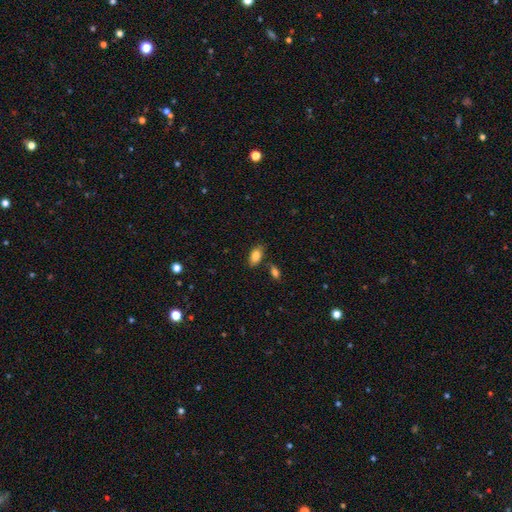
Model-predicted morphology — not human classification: A smooth galaxy with no disk features (85%) that is in between round and cigar-shaped (91%).

Vote fractions:
- Smooth or featured? smooth: 85% / star or artifact: 8% / featured or disk: 7%
- How rounded? in between: 91% / round: 5% / cigar-shaped: 3%
- Merging? none: 77% / minor disturbance: 13% / merger: 7% / major disturbance: 3%